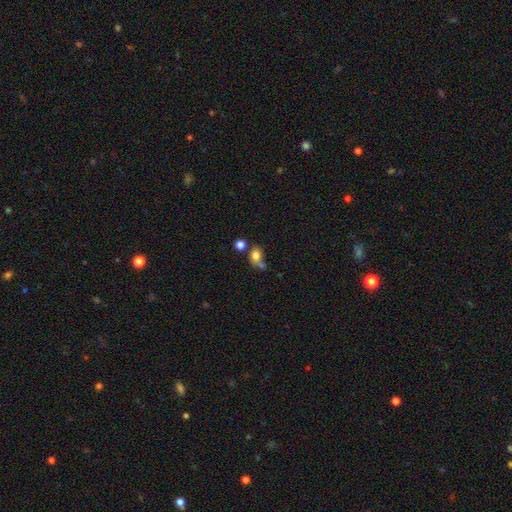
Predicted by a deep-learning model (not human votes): smooth 76%, featured or disk 12%, star or artifact 12%. Down the decision tree: how rounded — round (51%); merging — none (36%).